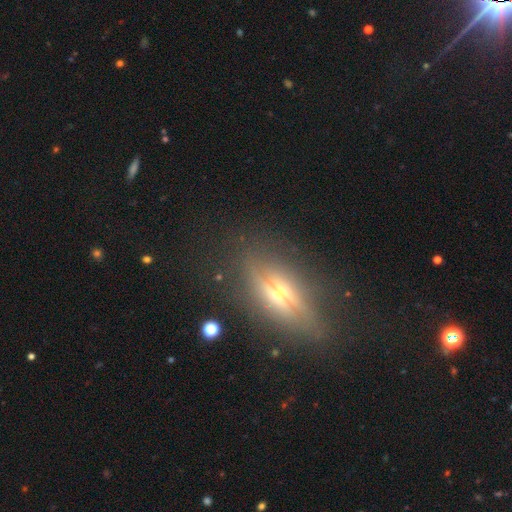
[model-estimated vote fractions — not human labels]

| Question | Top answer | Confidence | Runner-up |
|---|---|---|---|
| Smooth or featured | featured or disk | 61% | smooth (26%) |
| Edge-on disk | yes | 73% | no (27%) |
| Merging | none | 76% | minor disturbance (15%) |